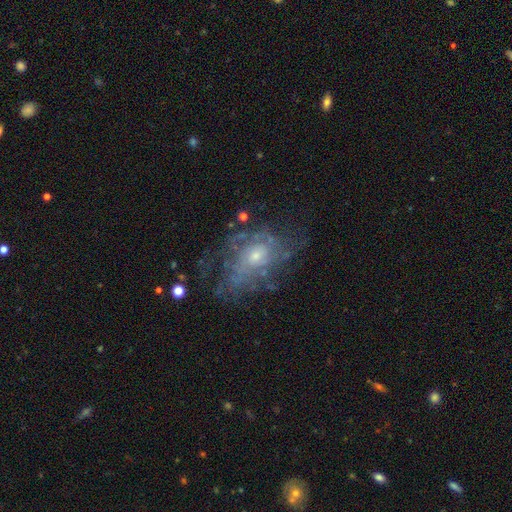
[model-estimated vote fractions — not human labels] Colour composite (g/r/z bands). It shows a featured or disk galaxy (73%) with no bar (81%), spiral arms (66%) and a small central bulge (57%). Merging: none (58%).